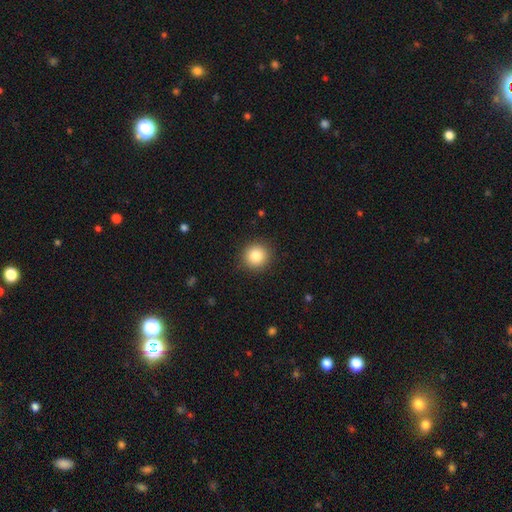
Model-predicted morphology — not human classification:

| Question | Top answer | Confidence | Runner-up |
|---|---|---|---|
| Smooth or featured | smooth | 84% | star or artifact (10%) |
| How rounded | round | 92% | in between (7%) |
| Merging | none | 91% | minor disturbance (6%) |